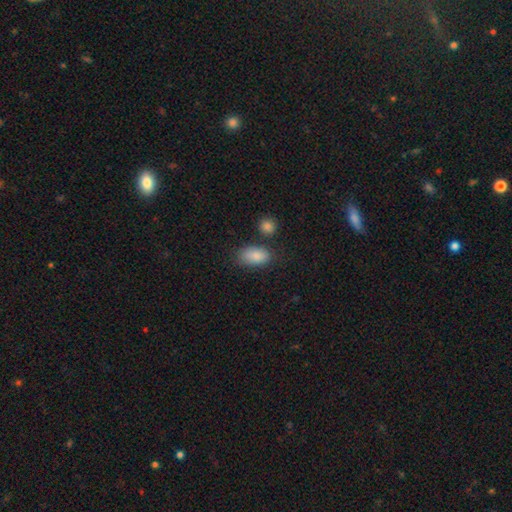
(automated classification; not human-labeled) The model was most divided on "merging": none: 69%, minor disturbance: 17%, merger: 9%, major disturbance: 5%. More confident: how rounded — in between (92%); smooth or featured — smooth (87%).